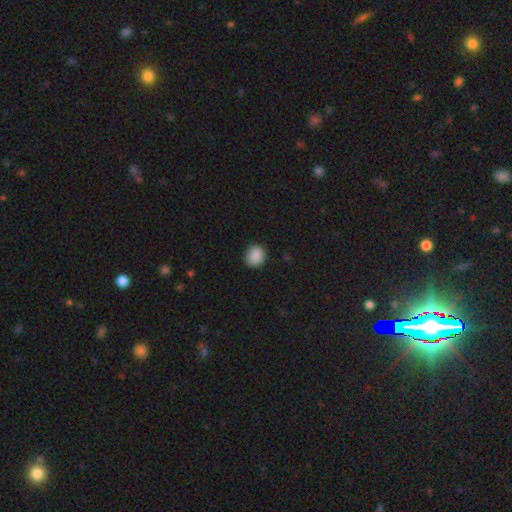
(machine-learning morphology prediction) Smooth or featured? Predicted: smooth (p=0.88). How rounded? Predicted: round (p=0.77). Merging? Predicted: none (p=0.88).